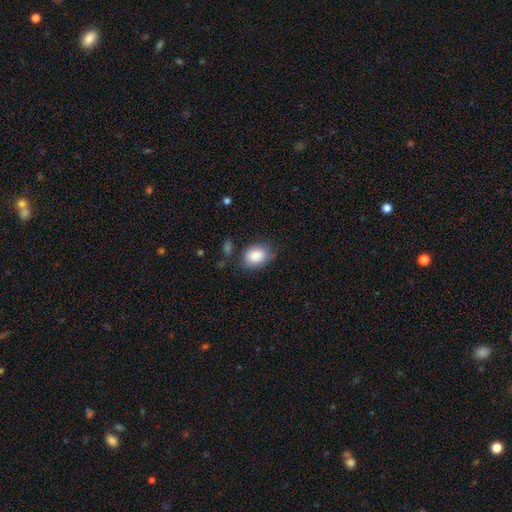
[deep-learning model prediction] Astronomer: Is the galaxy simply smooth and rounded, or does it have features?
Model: smooth — 86%.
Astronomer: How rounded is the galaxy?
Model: in between — 68%.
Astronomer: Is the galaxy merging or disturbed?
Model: none — 68%.